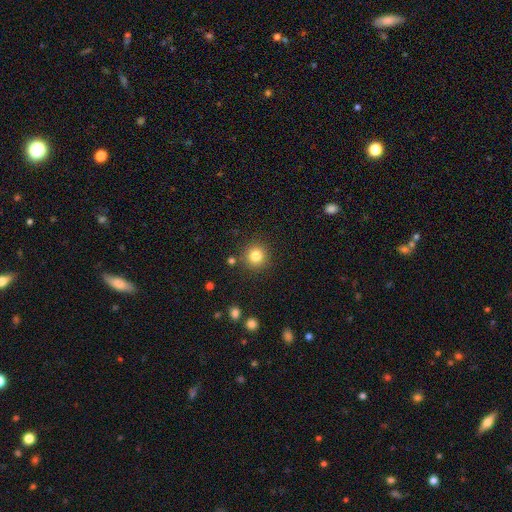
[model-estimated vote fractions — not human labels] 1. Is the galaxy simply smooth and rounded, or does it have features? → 82% smooth, 12% star or artifact, 6% featured or disk.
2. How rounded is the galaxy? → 94% round, 5% in between, 1% cigar-shaped.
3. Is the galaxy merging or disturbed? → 87% none, 7% minor disturbance, 3% merger, 3% major disturbance.